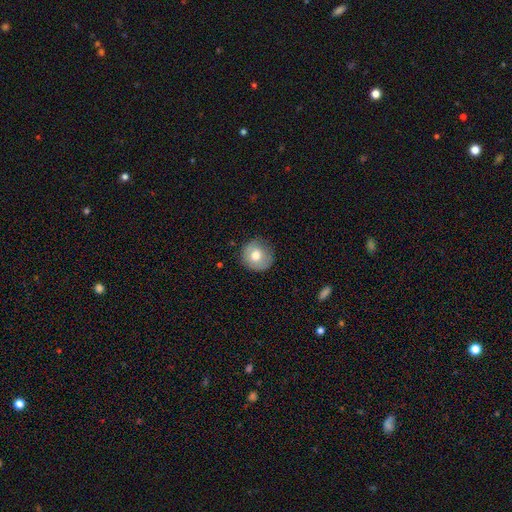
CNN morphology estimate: smooth_or_featured: smooth (p=0.71) [alt: featured or disk p=0.21]
how_rounded: round (p=0.92) [alt: in between p=0.07]
merging: none (p=0.81) [alt: minor disturbance p=0.14]